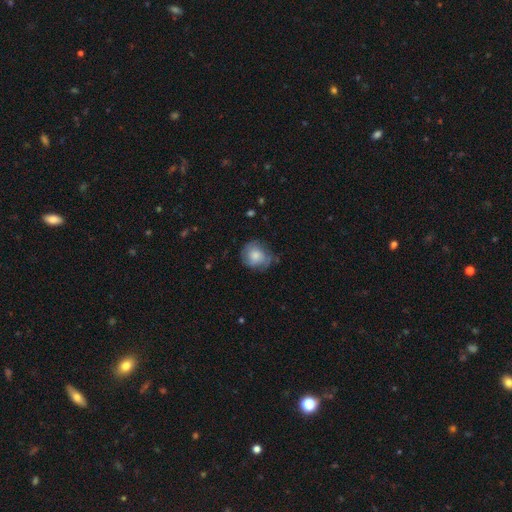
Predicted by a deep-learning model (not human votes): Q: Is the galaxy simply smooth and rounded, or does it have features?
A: smooth — 62%.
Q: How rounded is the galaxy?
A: round — 74%.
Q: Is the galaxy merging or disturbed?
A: none — 58%.